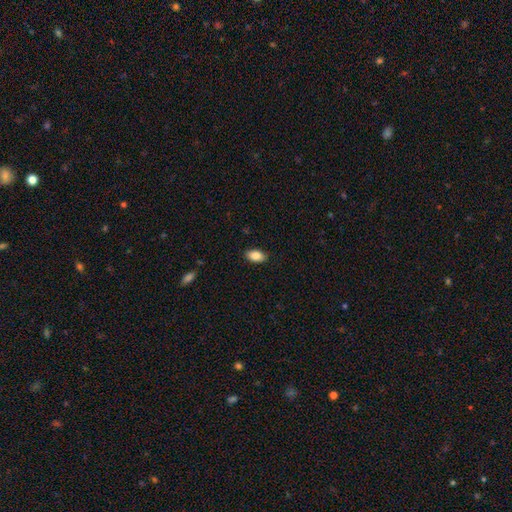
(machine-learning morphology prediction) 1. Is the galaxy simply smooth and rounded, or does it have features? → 88% smooth, 7% star or artifact, 5% featured or disk.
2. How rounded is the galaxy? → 93% in between, 5% round, 2% cigar-shaped.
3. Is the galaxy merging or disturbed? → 88% none, 9% minor disturbance, 2% major disturbance, 1% merger.